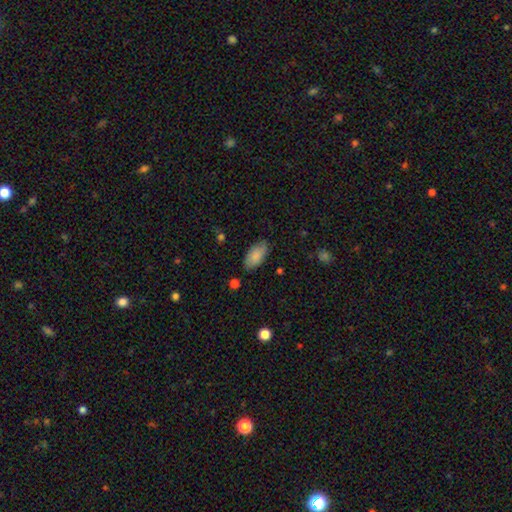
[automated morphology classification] The model was most divided on "merging": none: 81%, minor disturbance: 14%, major disturbance: 3%, merger: 1%. More confident: how rounded — in between (93%); smooth or featured — smooth (85%).